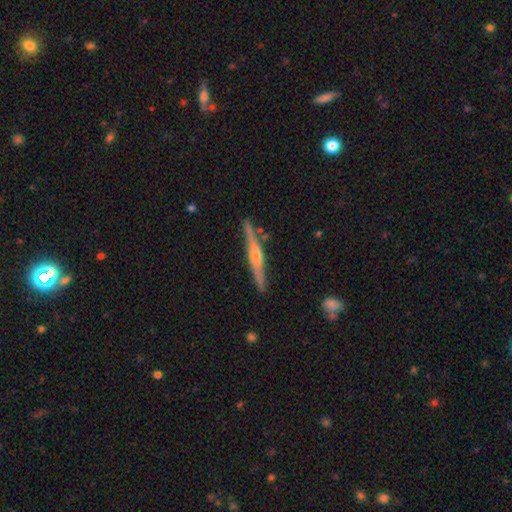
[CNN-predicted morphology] Smooth or featured?
  - featured or disk: 79% *
  - smooth: 16%
  - star or artifact: 5%
Edge-on disk?
  - yes: 98% *
  - no: 2%
Edge-on bulge?
  - rounded: 83% *
  - none: 10%
  - boxy: 7%
Merging?
  - none: 88% *
  - minor disturbance: 8%
  - merger: 2%
  - major disturbance: 2%